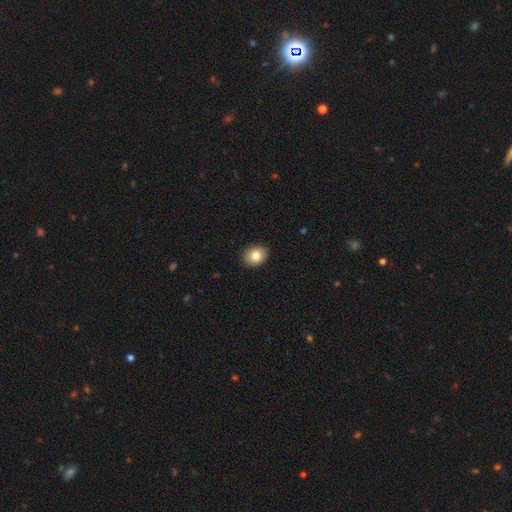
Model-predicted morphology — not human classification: The model was most divided on "how rounded": round: 52%, in between: 47%, cigar-shaped: 1%. More confident: merging — none (90%); smooth or featured — smooth (83%).